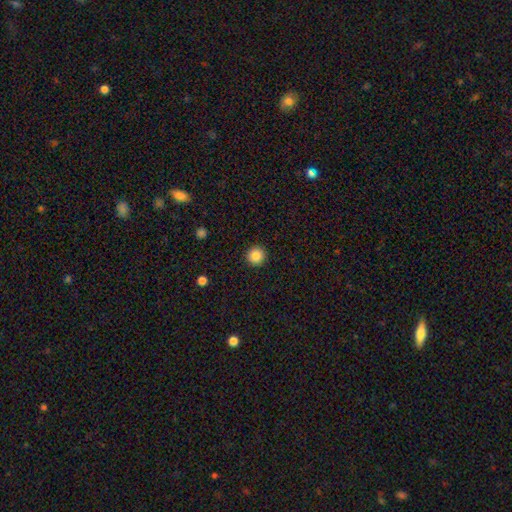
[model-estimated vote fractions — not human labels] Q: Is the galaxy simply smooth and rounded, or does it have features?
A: smooth — 86%.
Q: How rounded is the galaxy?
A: round — 96%.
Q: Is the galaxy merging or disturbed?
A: none — 93%.